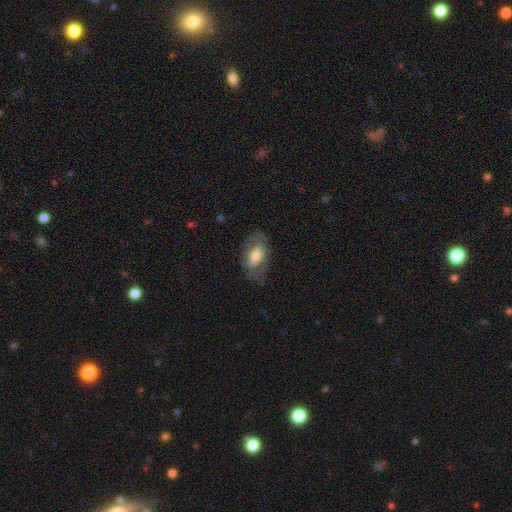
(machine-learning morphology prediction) smooth 49%, featured or disk 44%, star or artifact 6%. Down the decision tree: merging — none (69%).